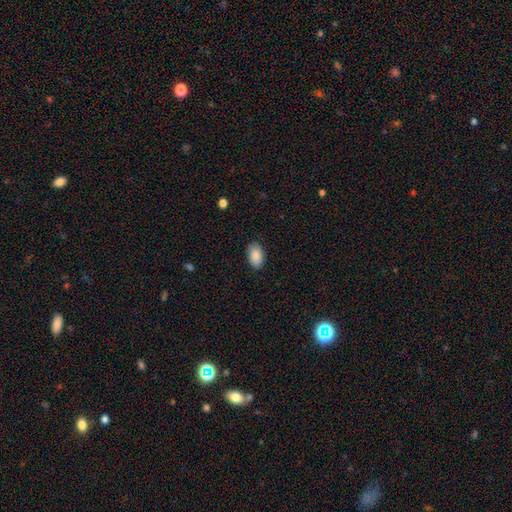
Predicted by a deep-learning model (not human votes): Smooth or featured?
  - smooth: 87% *
  - featured or disk: 7%
  - star or artifact: 7%
How rounded?
  - in between: 93% *
  - round: 6%
  - cigar-shaped: 1%
Merging?
  - none: 86% *
  - minor disturbance: 11%
  - major disturbance: 2%
  - merger: 1%